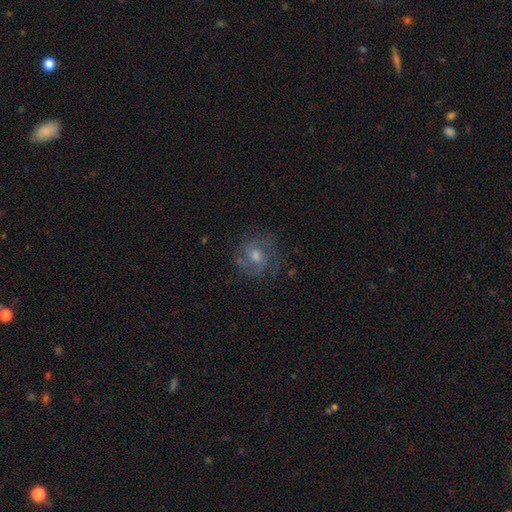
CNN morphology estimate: Overall: featured or disk (73%). Edge-on disk: no (97%). Bar: no (61%; weak 34%). Spiral arms: yes (91%). Spiral arm count: 2 (41%; can't tell 27%). Spiral winding: tight (50%; medium 40%). Bulge size: moderate (63%). Merging: none (75%).